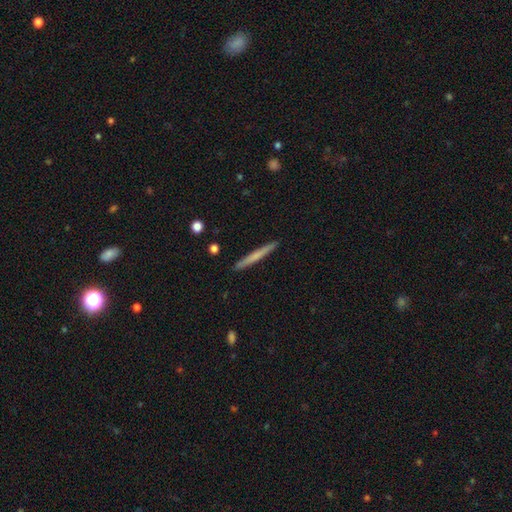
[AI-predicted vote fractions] A smooth galaxy with no disk features (59%) that is cigar-shaped (97%). Merging: none (92%).